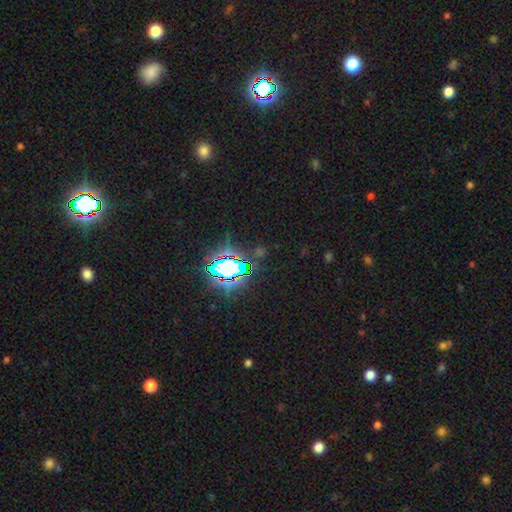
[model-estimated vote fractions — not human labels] Morphology: type=star or artifact (76%).